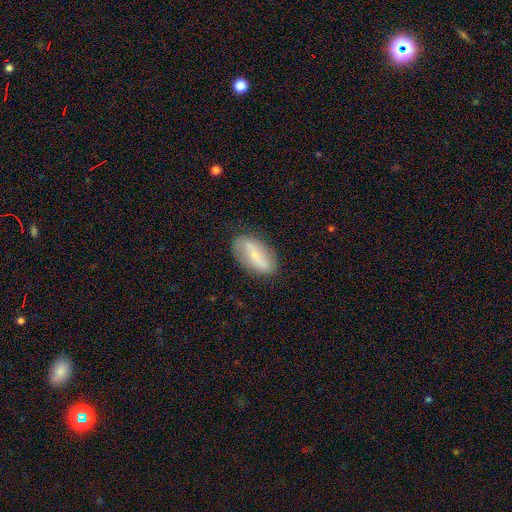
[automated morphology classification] Smooth or featured: featured or disk — 55% (smooth — 38%)
Edge-on disk: no — 90% (yes — 10%)
Merging: none — 82% (minor disturbance — 13%)